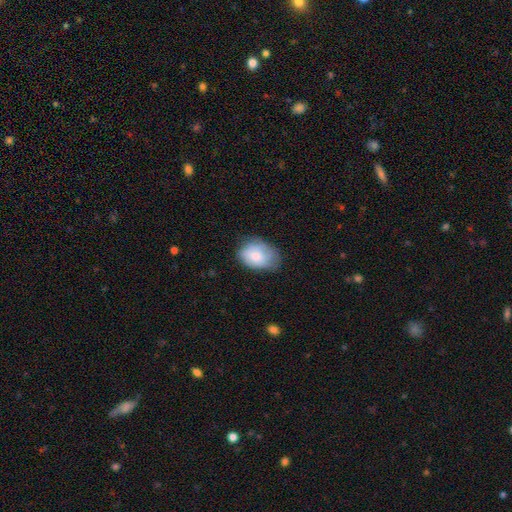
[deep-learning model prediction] smooth-or-featured: smooth: 70% | featured or disk: 23% | star or artifact: 7%
  how-rounded: in between: 73% | round: 26% | cigar-shaped: 1%
  merging: none: 59% | minor disturbance: 30% | major disturbance: 9% | merger: 1%